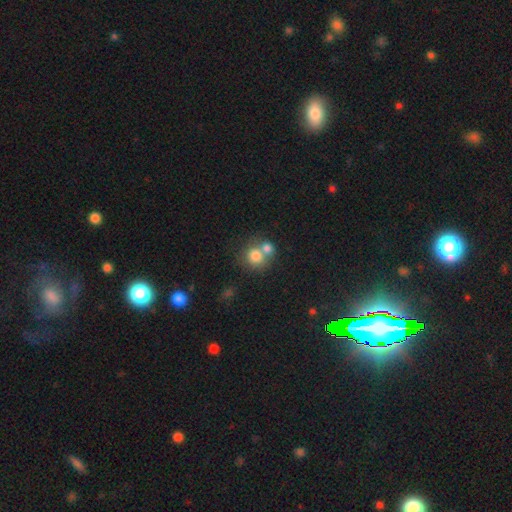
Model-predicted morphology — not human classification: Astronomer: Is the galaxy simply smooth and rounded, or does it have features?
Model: smooth — 77%.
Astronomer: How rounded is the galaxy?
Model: round — 84%.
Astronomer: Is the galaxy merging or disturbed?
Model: merger — 51% (runner-up: none, 38%).